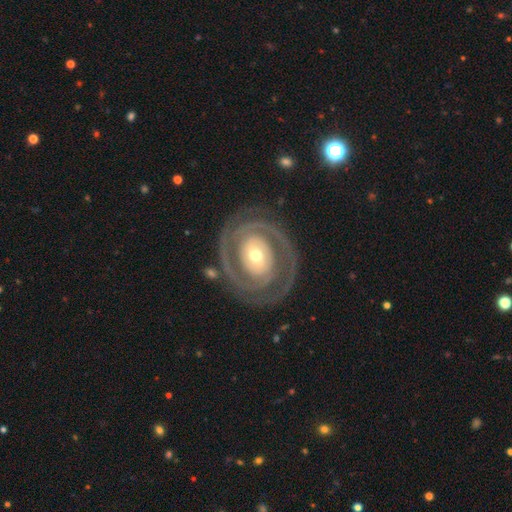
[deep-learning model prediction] Smooth or featured: featured or disk — 88% (smooth — 8%)
Edge-on disk: no — 97% (yes — 3%)
Bar: no — 60% (weak — 24%)
Spiral arms: yes — 93% (no — 7%)
Spiral winding: tight — 77% (medium — 18%)
Spiral arm count: 2 — 72% (can't tell — 10%)
Bulge size: moderate — 54% (small — 38%)
Merging: none — 82% (minor disturbance — 11%)